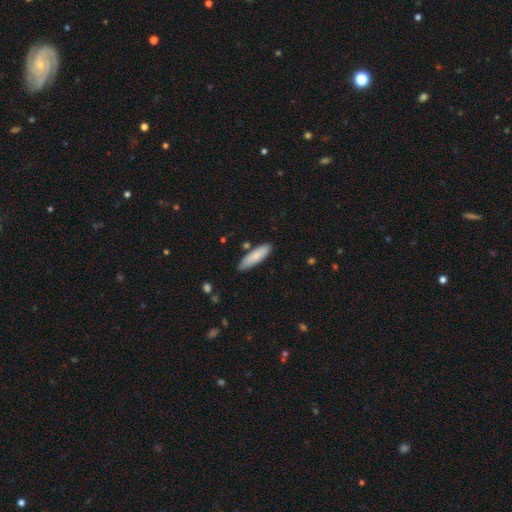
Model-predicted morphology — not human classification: smooth 83%, featured or disk 11%, star or artifact 6%. Down the decision tree: how rounded — cigar-shaped (64%); merging — none (83%).